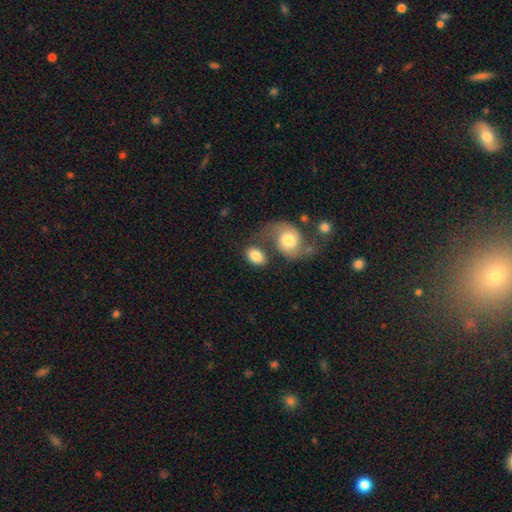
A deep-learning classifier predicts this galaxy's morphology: smooth_or_featured: smooth (p=0.75) [alt: featured or disk p=0.18]
how_rounded: in between (p=0.81) [alt: round p=0.18]
merging: none (p=0.51) [alt: merger p=0.28]